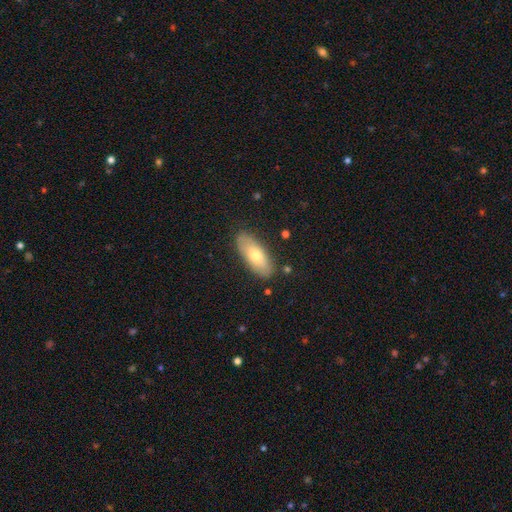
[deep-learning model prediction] This appears to be a smooth galaxy with no disk features (66%) that is in between round and cigar-shaped (81%). Merging: none (84%).